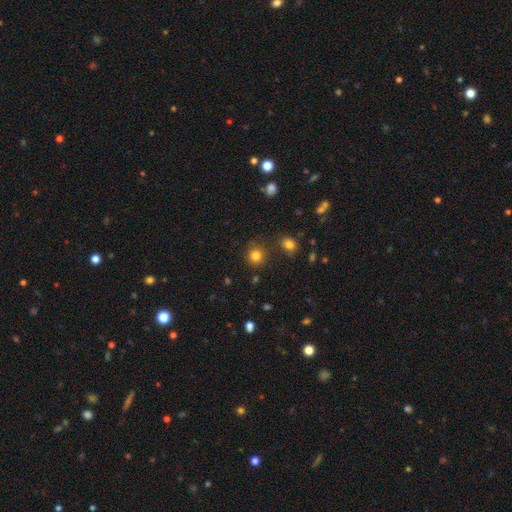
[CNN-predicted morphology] Overall: smooth (81%). How rounded: round (89%). Merging: none (82%).